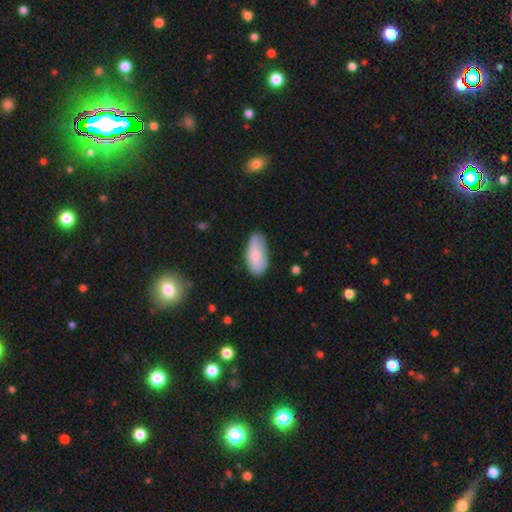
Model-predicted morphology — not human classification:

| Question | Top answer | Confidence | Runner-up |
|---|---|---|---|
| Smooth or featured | smooth | 77% | featured or disk (17%) |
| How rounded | in between | 92% | cigar-shaped (6%) |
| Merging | none | 67% | minor disturbance (26%) |